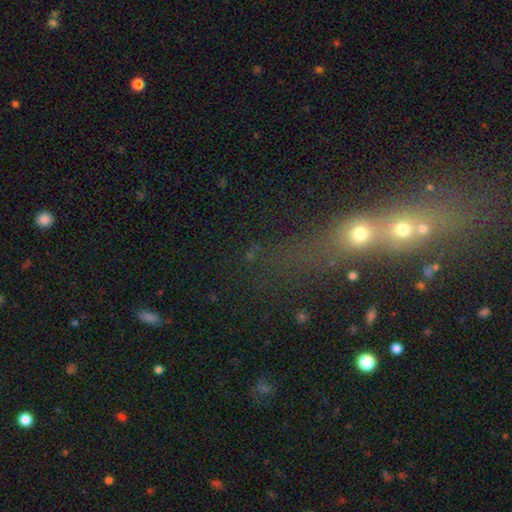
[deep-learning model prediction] smooth_or_featured: smooth (p=0.46) [alt: star or artifact p=0.34]
merging: merger (p=0.50) [alt: none p=0.30]